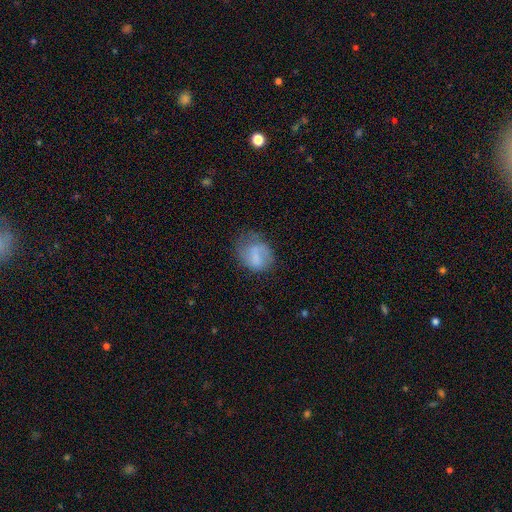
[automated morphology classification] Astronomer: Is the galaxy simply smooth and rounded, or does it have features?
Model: smooth — 58% (runner-up: featured or disk, 34%).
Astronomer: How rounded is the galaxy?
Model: round — 50% (runner-up: in between, 49%).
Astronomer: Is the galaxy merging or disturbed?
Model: none — 48% (runner-up: minor disturbance, 29%).